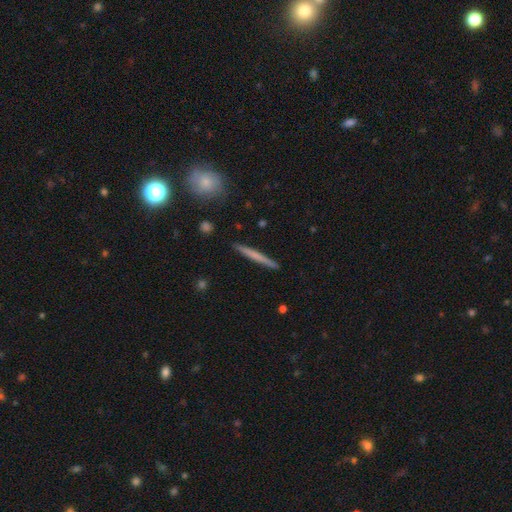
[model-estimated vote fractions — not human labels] smooth-or-featured: smooth: 53% | featured or disk: 42% | star or artifact: 6%
  how-rounded: cigar-shaped: 96% | in between: 2% | round: 2%
  merging: none: 91% | minor disturbance: 6% | major disturbance: 1% | merger: 1%